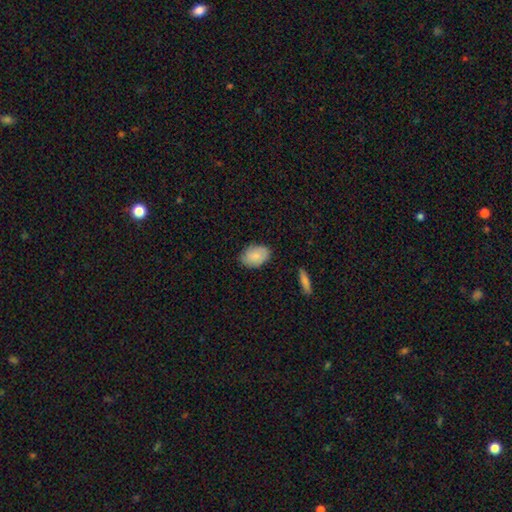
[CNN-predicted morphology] Smooth or featured? Predicted: smooth (p=0.81). How rounded? Predicted: in between (p=0.86). Merging? Predicted: none (p=0.81).